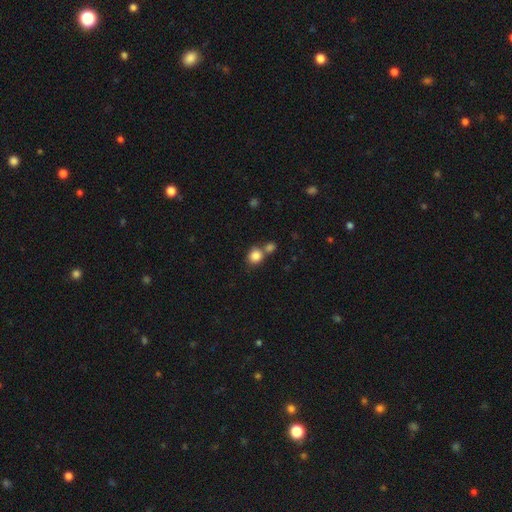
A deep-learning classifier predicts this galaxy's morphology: This is clearly a smooth galaxy (84%). How rounded: likely round (80%). Merging: possibly none (52%).